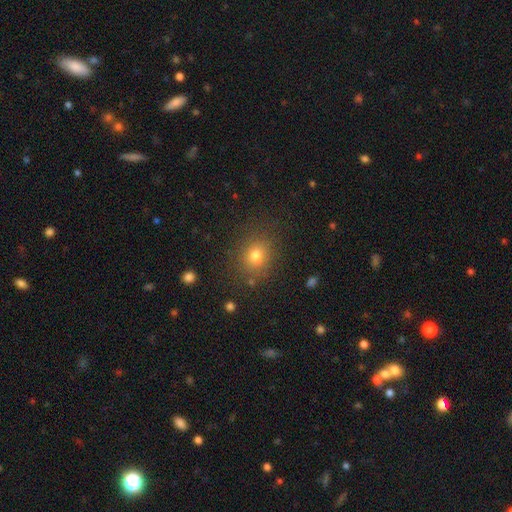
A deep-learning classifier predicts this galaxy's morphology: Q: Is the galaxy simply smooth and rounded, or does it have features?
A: smooth — 75%.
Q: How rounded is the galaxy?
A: round — 73%.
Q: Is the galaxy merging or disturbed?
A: none — 83%.